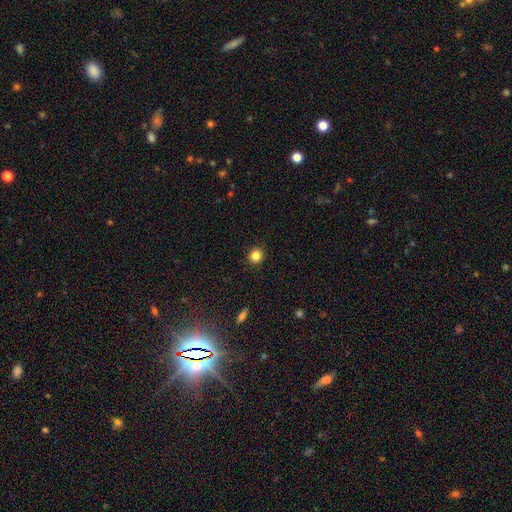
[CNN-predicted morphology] type=smooth (83%); roundness=round (92%); merging=none (91%).